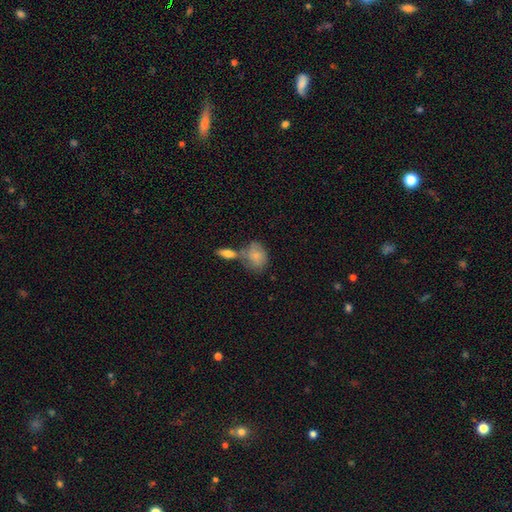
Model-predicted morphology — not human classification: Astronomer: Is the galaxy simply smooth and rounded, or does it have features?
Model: smooth — 78%.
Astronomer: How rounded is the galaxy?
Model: in between — 67%.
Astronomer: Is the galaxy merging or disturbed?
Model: none — 41% (runner-up: merger, 33%).